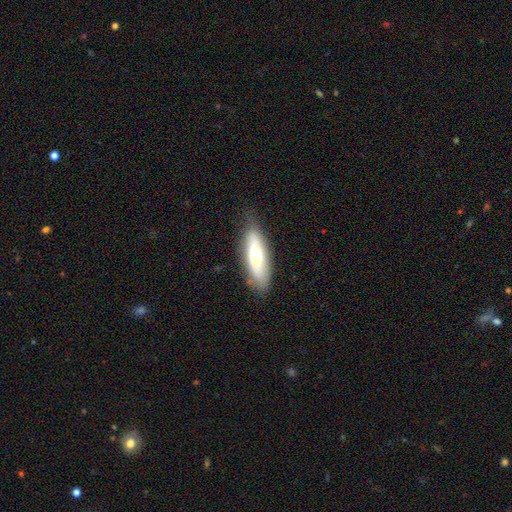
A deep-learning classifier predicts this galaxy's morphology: A smooth galaxy with no disk features (58%) that is in between round and cigar-shaped (53%).

Vote fractions:
- Smooth or featured? smooth: 58% / featured or disk: 36% / star or artifact: 6%
- How rounded? in between: 53% / cigar-shaped: 45% / round: 2%
- Merging? none: 78% / minor disturbance: 17% / major disturbance: 4% / merger: 1%